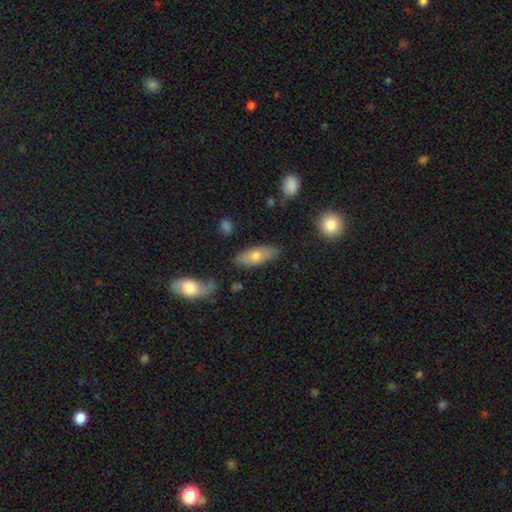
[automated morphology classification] The model was most divided on "smooth or featured": smooth: 67%, featured or disk: 26%, star or artifact: 6%. More confident: merging — none (78%); how rounded — in between (75%).